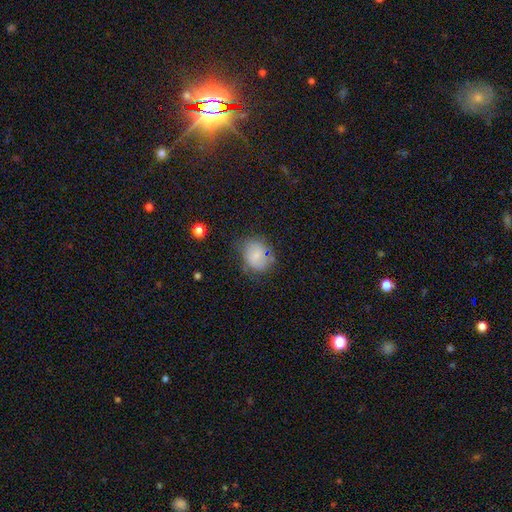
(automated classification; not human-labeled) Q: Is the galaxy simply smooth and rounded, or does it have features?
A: smooth — 70%.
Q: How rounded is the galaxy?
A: round — 56%.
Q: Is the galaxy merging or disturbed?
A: none — 59%.